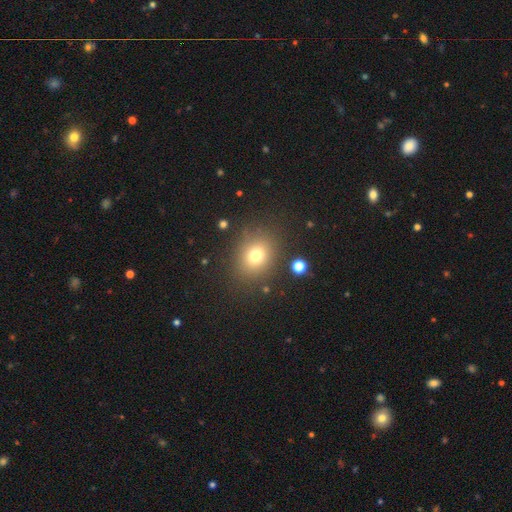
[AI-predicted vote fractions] smooth-or-featured: smooth: 73% | star or artifact: 16% | featured or disk: 11%
  how-rounded: round: 62% | in between: 37% | cigar-shaped: 1%
  merging: none: 84% | minor disturbance: 9% | major disturbance: 4% | merger: 3%